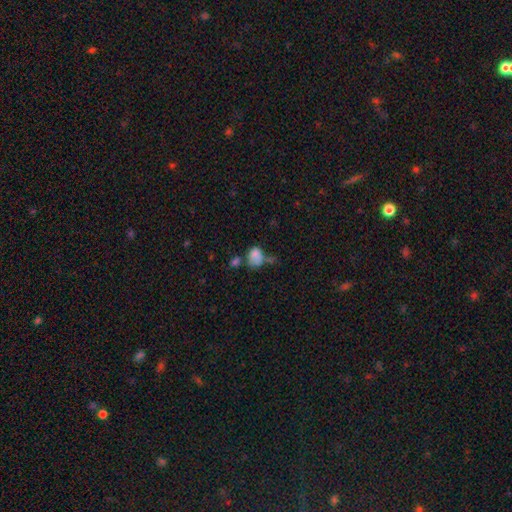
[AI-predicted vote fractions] The model was most divided on "merging": merger: 33%, none: 28%, minor disturbance: 21%, major disturbance: 18%. More confident: smooth or featured — smooth (76%); how rounded — in between (66%).